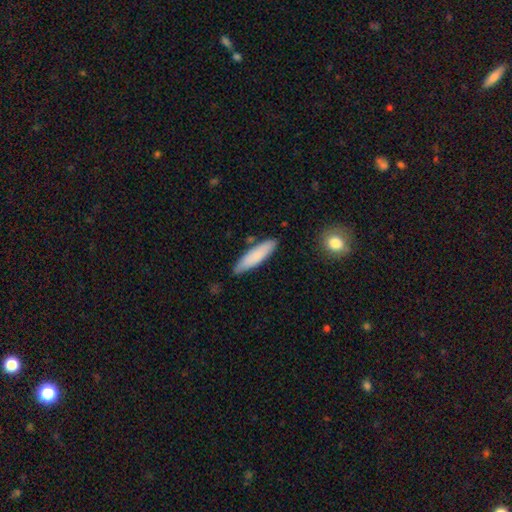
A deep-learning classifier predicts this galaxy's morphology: This is clearly a smooth galaxy (81%). How rounded: likely cigar-shaped (73%). Merging: clearly none (82%).